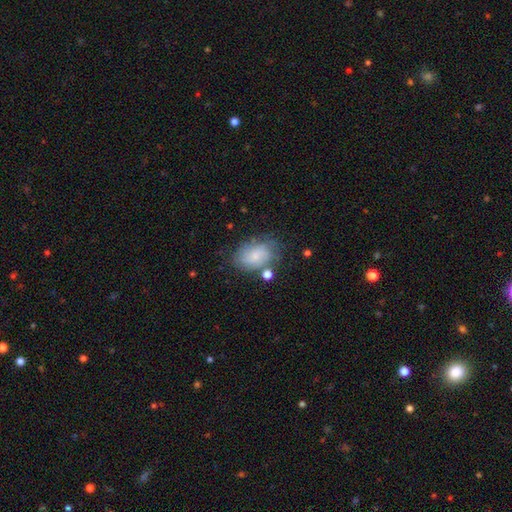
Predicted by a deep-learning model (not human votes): The model was most divided on "smooth or featured": smooth: 49%, featured or disk: 41%, star or artifact: 10%. More confident: merging — none (60%).